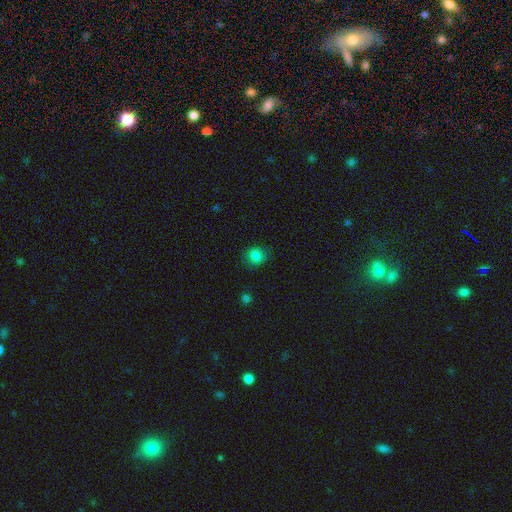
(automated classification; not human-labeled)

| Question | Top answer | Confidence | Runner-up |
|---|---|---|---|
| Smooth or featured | smooth | 83% | star or artifact (13%) |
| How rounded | round | 77% | in between (22%) |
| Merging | none | 81% | minor disturbance (14%) |